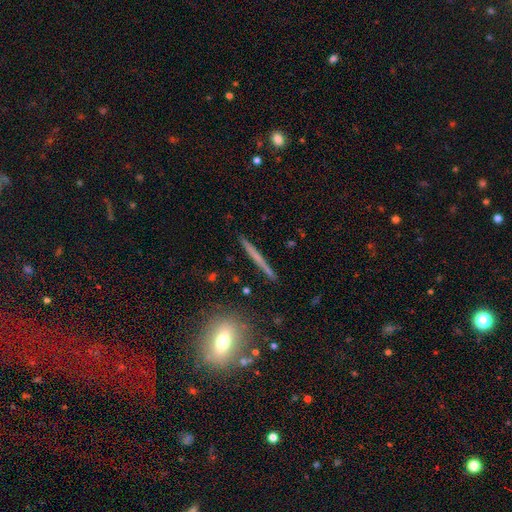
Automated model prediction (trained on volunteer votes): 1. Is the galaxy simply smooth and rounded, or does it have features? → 51% featured or disk, 42% smooth, 7% star or artifact.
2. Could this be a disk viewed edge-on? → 96% yes, 4% no.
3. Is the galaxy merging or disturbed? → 90% none, 6% minor disturbance, 2% major disturbance, 1% merger.